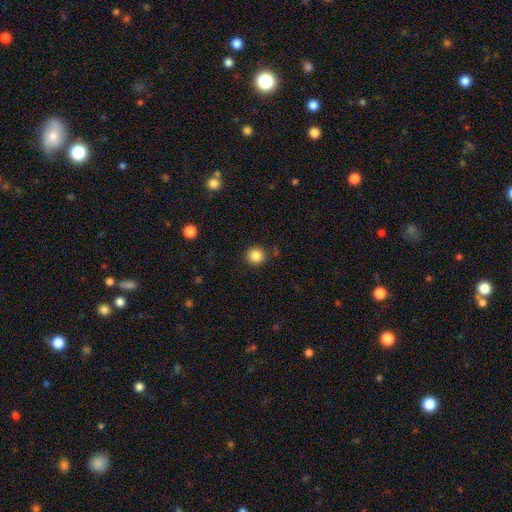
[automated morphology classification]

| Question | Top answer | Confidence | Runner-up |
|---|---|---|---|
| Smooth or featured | smooth | 85% | star or artifact (11%) |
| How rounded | round | 94% | in between (5%) |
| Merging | none | 88% | minor disturbance (8%) |